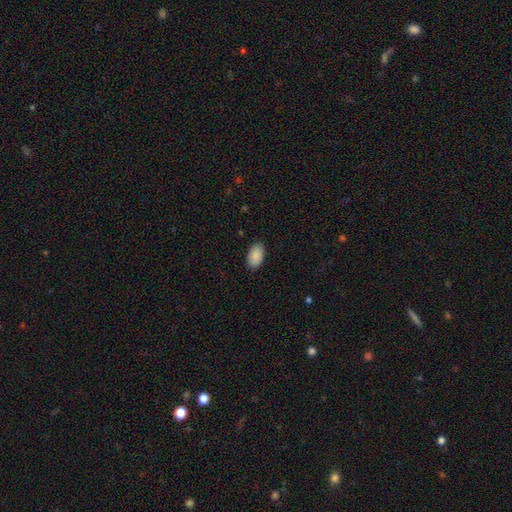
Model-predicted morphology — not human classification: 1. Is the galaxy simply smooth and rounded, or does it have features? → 90% smooth, 7% star or artifact, 3% featured or disk.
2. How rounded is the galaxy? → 95% in between, 4% round, 1% cigar-shaped.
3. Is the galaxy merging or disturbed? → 89% none, 8% minor disturbance, 2% major disturbance, 1% merger.